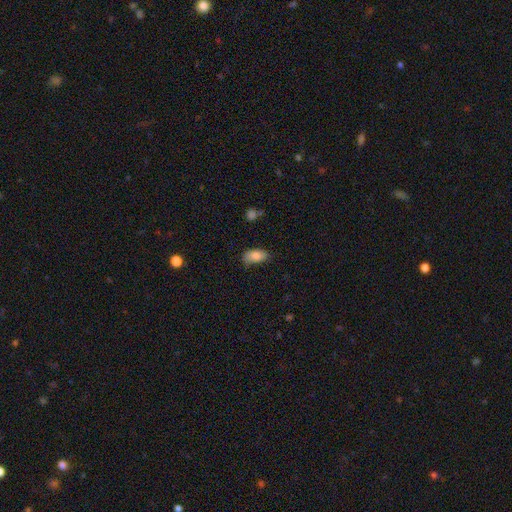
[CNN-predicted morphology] Overall: smooth (82%). How rounded: in between (91%). Merging: none (58%; minor disturbance 32%).